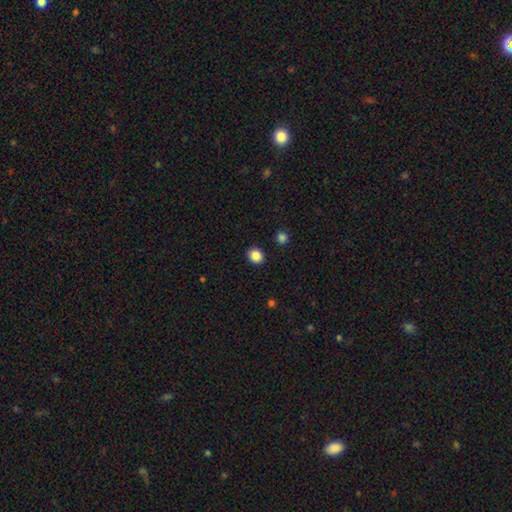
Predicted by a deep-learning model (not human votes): Q: Smooth or featured?
A: smooth (87%); runner-up: star or artifact (10%)
Q: How rounded?
A: round (70%); runner-up: in between (29%)
Q: Merging?
A: none (90%); runner-up: minor disturbance (6%)